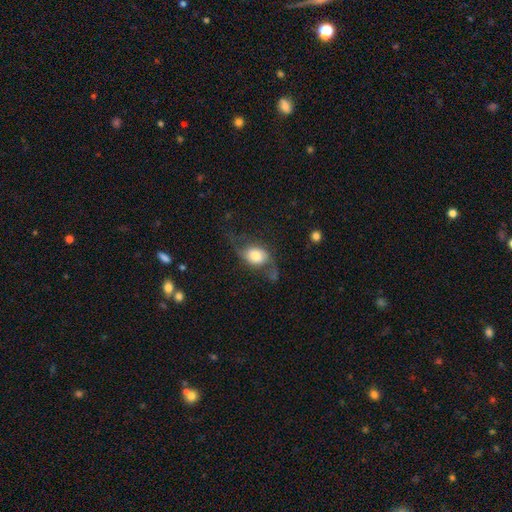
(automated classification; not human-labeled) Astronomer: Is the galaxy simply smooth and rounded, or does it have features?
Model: featured or disk — 50% (runner-up: smooth, 43%).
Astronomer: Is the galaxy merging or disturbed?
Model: none — 42% (runner-up: major disturbance, 32%).